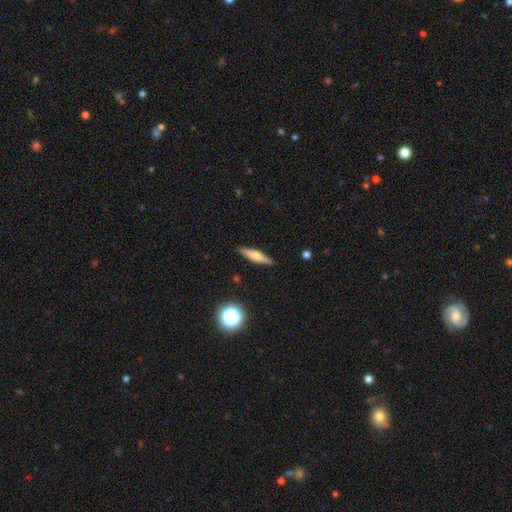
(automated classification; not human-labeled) smooth_or_featured: smooth (p=0.47) [alt: featured or disk p=0.45]
merging: none (p=0.90) [alt: minor disturbance p=0.07]